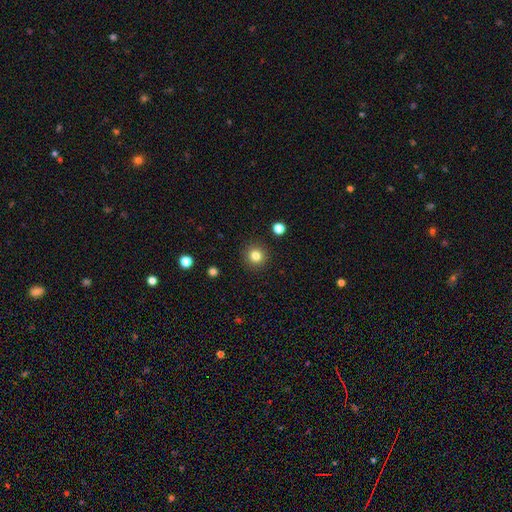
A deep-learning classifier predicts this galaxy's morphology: This is clearly a smooth galaxy (82%). How rounded: clearly round (93%). Merging: clearly none (91%).